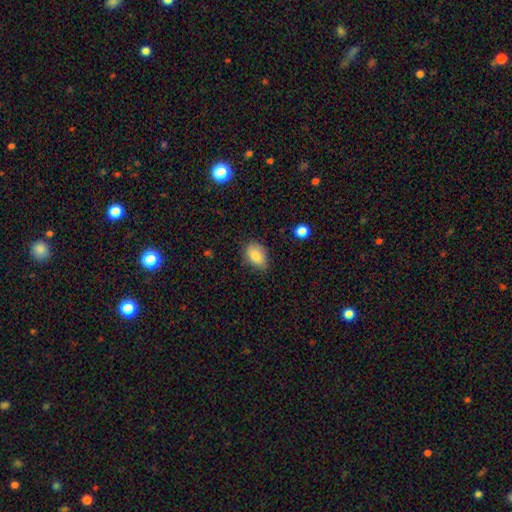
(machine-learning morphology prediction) The model was most divided on "merging": none: 71%, minor disturbance: 24%, major disturbance: 4%, merger: 1%. More confident: smooth or featured — smooth (84%); how rounded — in between (82%).